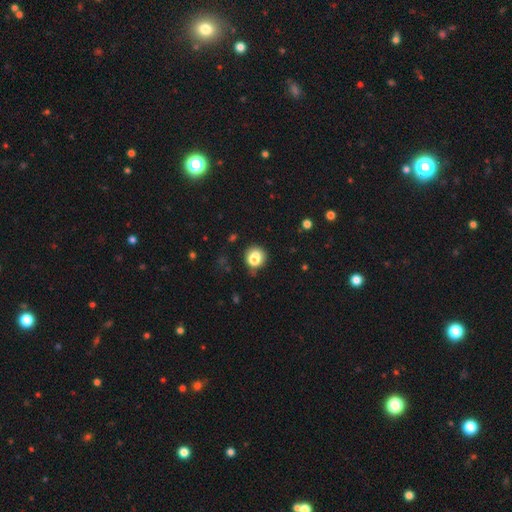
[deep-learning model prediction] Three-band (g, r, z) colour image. It shows a smooth galaxy with no disk features (79%) that is round (77%). Merging: none (67%).